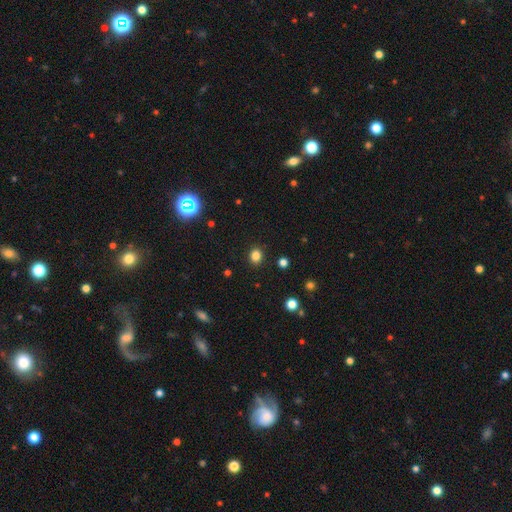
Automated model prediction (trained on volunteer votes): This is clearly a smooth galaxy (82%). How rounded: likely round (70%). Merging: clearly none (90%).